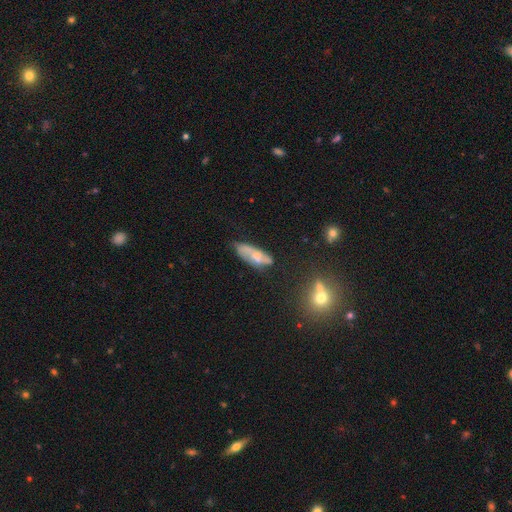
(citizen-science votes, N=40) Overall: smooth (62%; featured or disk 30%). How rounded: in between (64%; cigar-shaped 32%). Merging: none (49%; minor disturbance 38%).